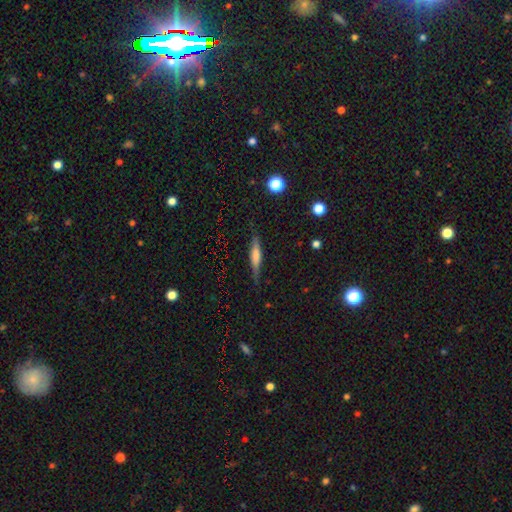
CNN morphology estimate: Smooth or featured? Predicted: featured or disk (p=0.47). Merging? Predicted: none (p=0.84).